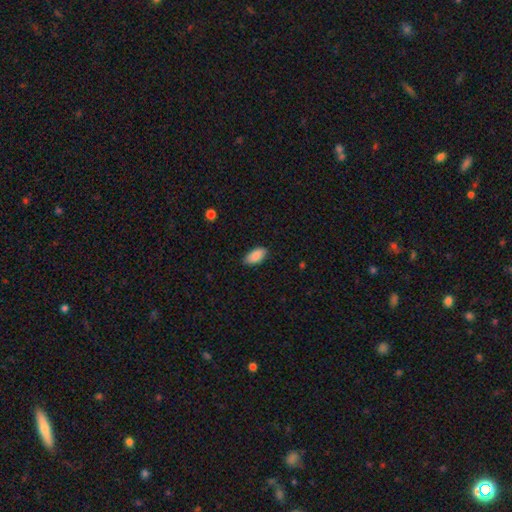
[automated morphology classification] Smooth or featured? smooth (88%)
How rounded? in between (94%)
Merging? none (85%)